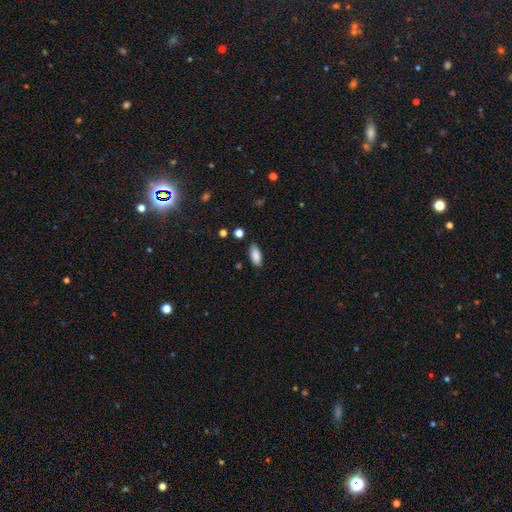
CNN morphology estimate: smooth 88%, star or artifact 7%, featured or disk 5%. Down the decision tree: how rounded — in between (87%); merging — none (84%).